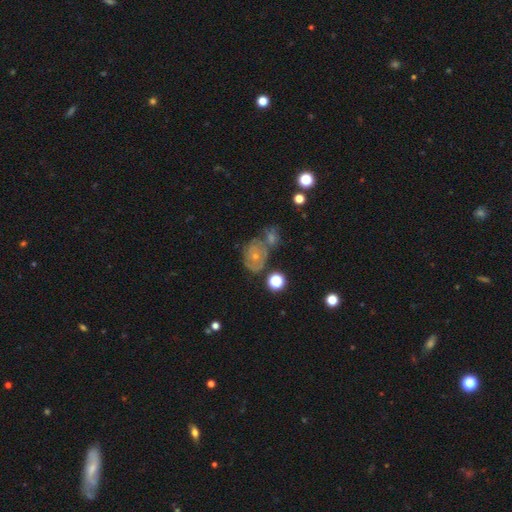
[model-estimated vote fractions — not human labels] Smooth or featured? Predicted: featured or disk (p=0.54). Edge-on disk? Predicted: no (p=0.96). Bar? Predicted: no (p=0.83). Spiral arms? Predicted: yes (p=0.67). Bulge size? Predicted: small (p=0.65). Merging? Predicted: none (p=0.45).